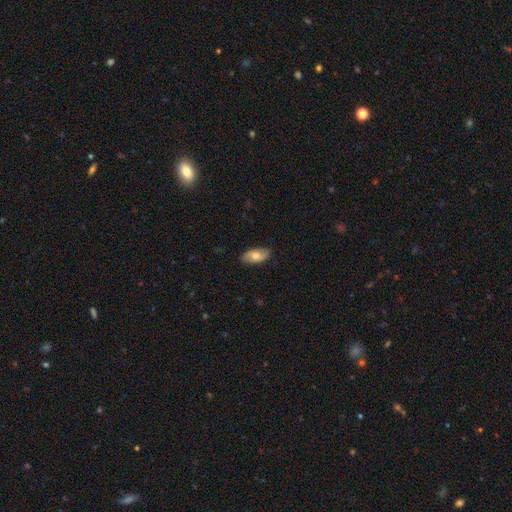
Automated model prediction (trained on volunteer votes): Smooth or featured: smooth — 70% (featured or disk — 24%)
How rounded: in between — 93% (cigar-shaped — 4%)
Merging: none — 86% (minor disturbance — 11%)